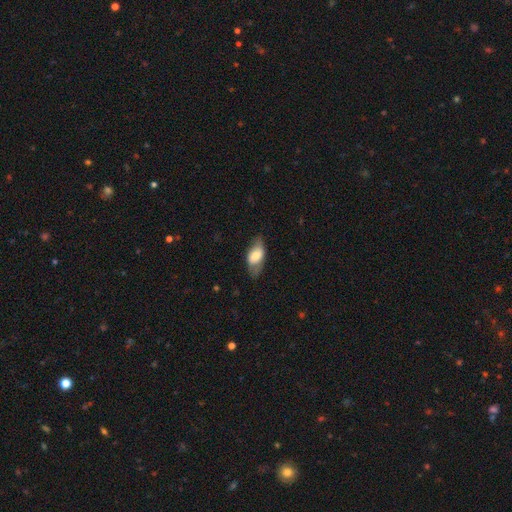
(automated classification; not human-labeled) smooth 65%, featured or disk 28%, star or artifact 7%. Down the decision tree: how rounded — in between (90%); merging — none (67%).